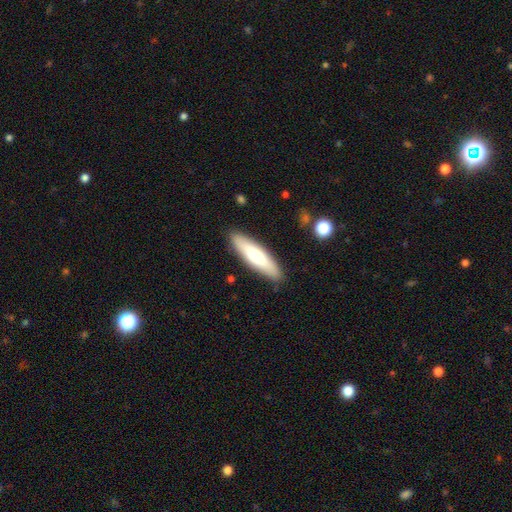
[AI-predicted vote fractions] This is likely a smooth galaxy (69%). How rounded: likely cigar-shaped (67%). Merging: clearly none (89%).